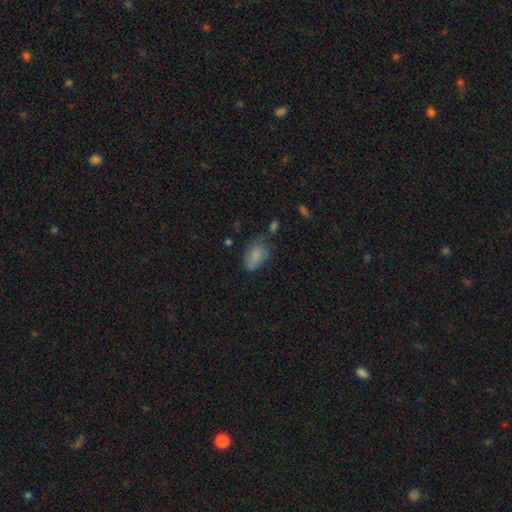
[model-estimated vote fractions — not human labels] The model was most divided on "merging": none: 54%, minor disturbance: 31%, major disturbance: 10%, merger: 5%. More confident: how rounded — in between (89%); smooth or featured — smooth (80%).